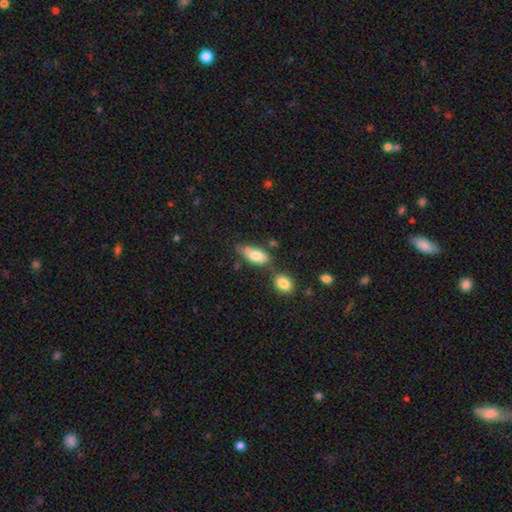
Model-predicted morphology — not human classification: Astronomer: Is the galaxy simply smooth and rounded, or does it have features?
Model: smooth — 77%.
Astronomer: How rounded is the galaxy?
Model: in between — 86%.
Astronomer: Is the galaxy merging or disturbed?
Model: none — 51%.